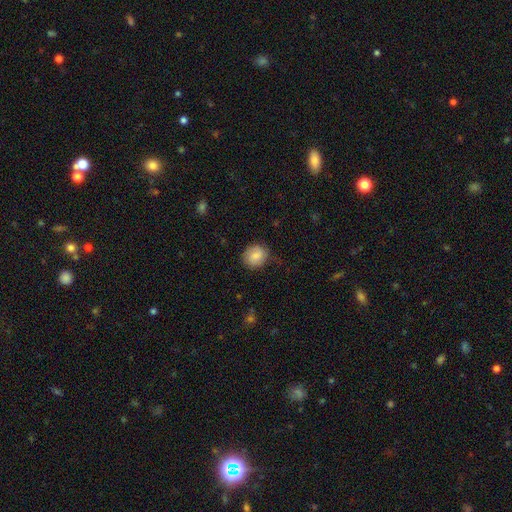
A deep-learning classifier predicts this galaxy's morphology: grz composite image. It shows a smooth galaxy with no disk features (77%) that is round (77%). Merging: none (72%).